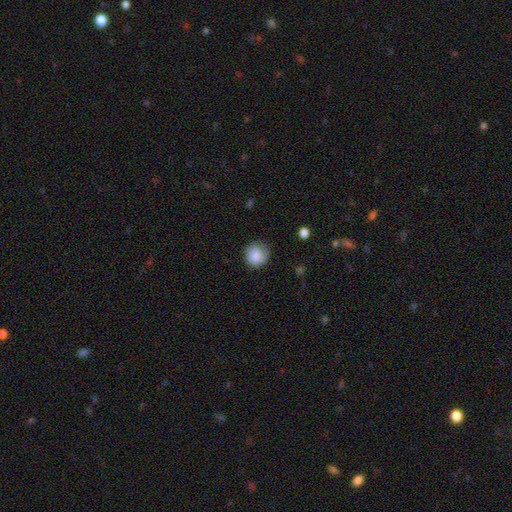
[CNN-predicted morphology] This appears to be a smooth galaxy with no disk features (80%) that is round (87%). Merging: none (73%).